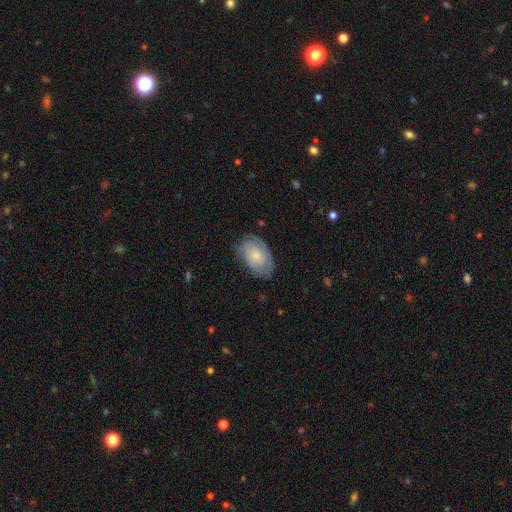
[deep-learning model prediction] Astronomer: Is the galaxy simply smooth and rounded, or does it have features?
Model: smooth — 47% (runner-up: featured or disk, 46%).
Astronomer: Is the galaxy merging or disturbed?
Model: none — 68%.